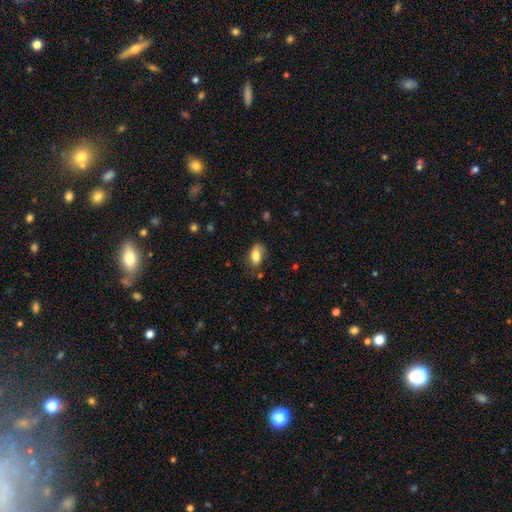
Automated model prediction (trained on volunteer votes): This is likely a smooth galaxy (80%). How rounded: clearly in between (89%). Merging: possibly none (59%).